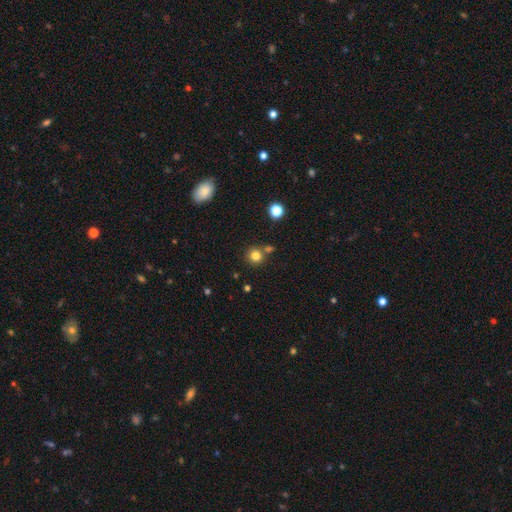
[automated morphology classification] smooth 81%, star or artifact 13%, featured or disk 6%. Down the decision tree: how rounded — round (92%); merging — none (73%).